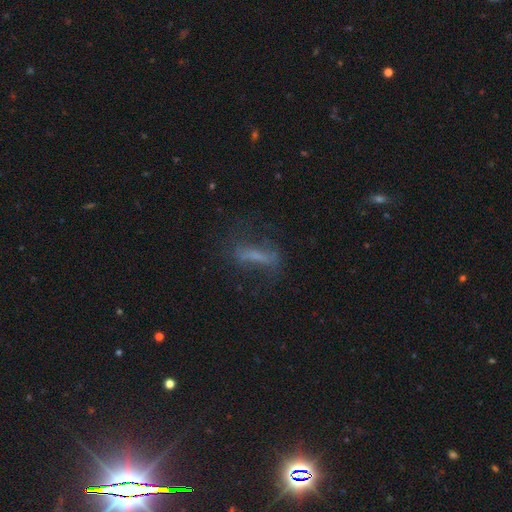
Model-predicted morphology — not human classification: The model was most divided on "smooth or featured": featured or disk: 43%, smooth: 38%, star or artifact: 18%. More confident: merging — none (59%).